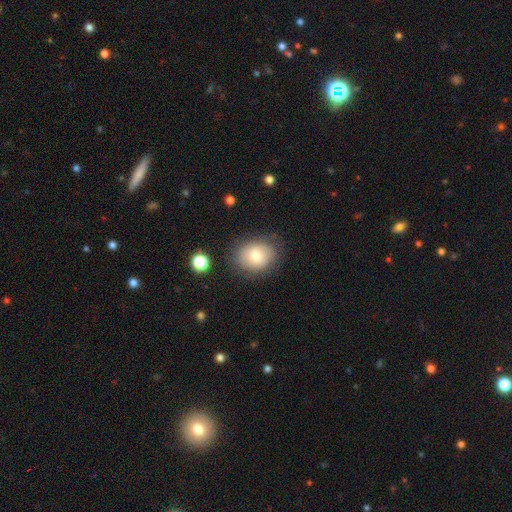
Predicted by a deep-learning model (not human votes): Smooth or featured: smooth — 73% (featured or disk — 18%)
How rounded: in between — 51% (round — 48%)
Merging: none — 76% (minor disturbance — 16%)